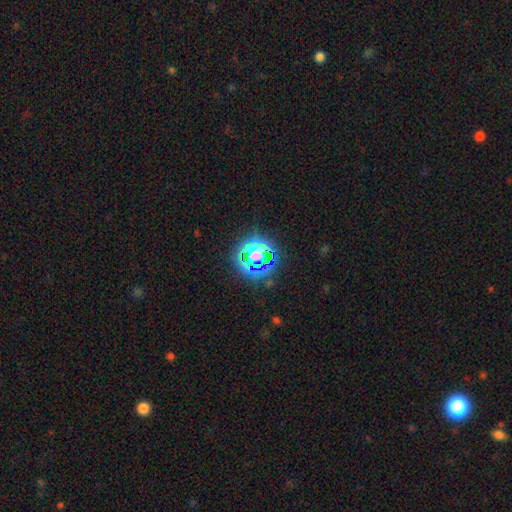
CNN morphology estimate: smooth_or_featured: star or artifact (p=0.62) [alt: smooth p=0.26]